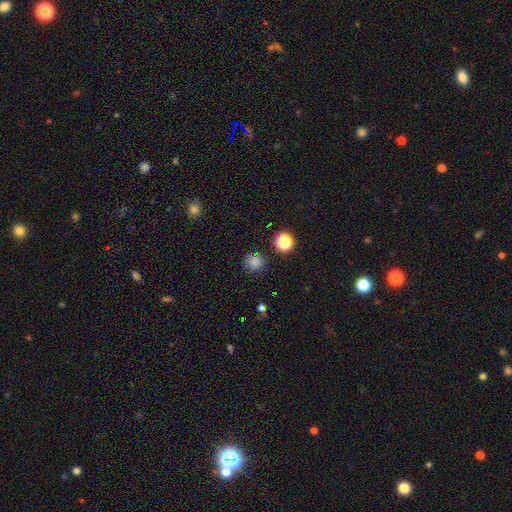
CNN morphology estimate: Smooth or featured? Predicted: smooth (p=0.69). How rounded? Predicted: round (p=0.91). Merging? Predicted: none (p=0.85).